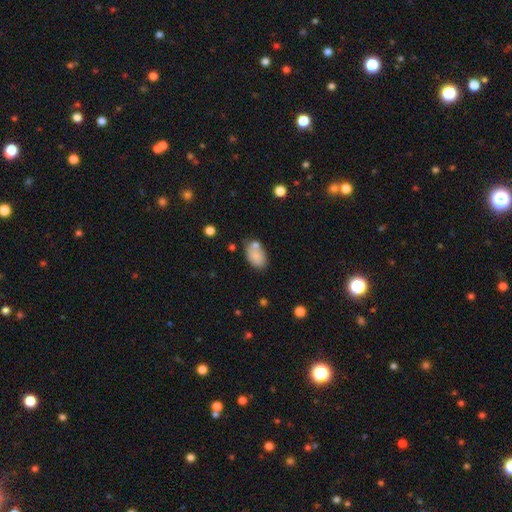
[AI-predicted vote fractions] Overall: smooth (83%). How rounded: in between (90%). Merging: none (60%).